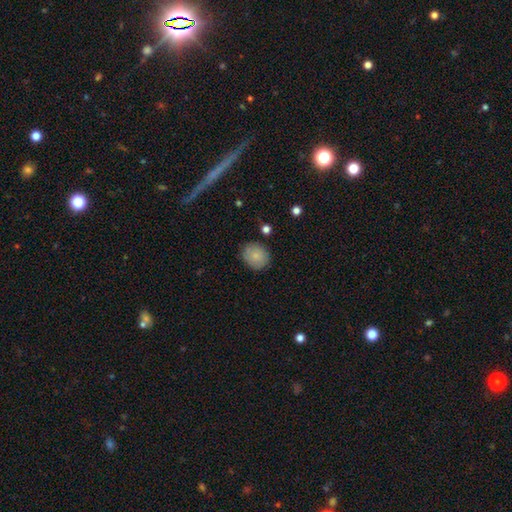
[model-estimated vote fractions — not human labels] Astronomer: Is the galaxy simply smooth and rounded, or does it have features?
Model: smooth — 83%.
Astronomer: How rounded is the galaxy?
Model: round — 72%.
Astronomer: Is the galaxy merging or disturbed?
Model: none — 85%.